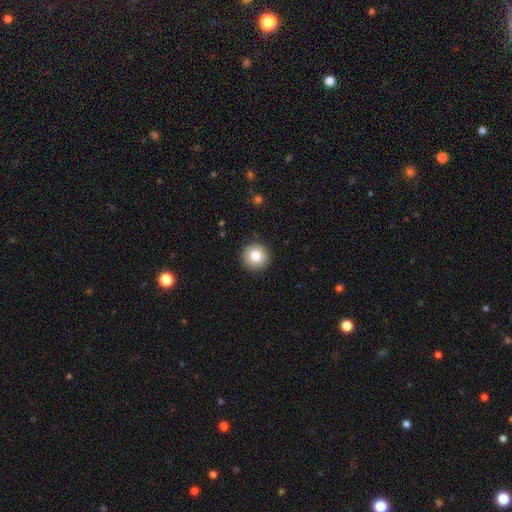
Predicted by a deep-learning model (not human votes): The model was most divided on "smooth or featured": smooth: 82%, star or artifact: 10%, featured or disk: 9%. More confident: how rounded — round (95%); merging — none (91%).